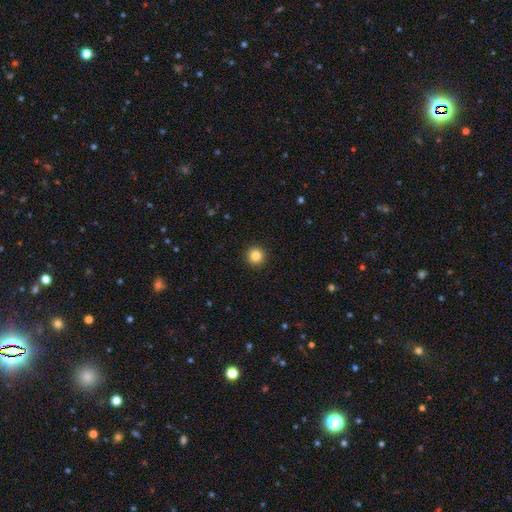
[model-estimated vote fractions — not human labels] Smooth or featured?
  - smooth: 84% *
  - star or artifact: 11%
  - featured or disk: 5%
How rounded?
  - round: 95% *
  - in between: 4%
  - cigar-shaped: 1%
Merging?
  - none: 93% *
  - minor disturbance: 4%
  - major disturbance: 2%
  - merger: 1%